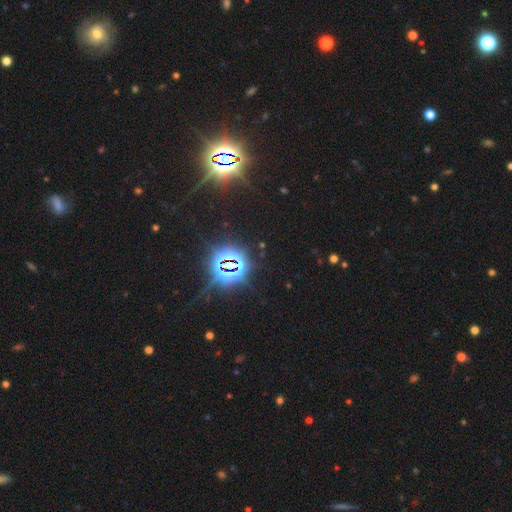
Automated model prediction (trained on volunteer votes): A star or artifact, not a galaxy (86%).